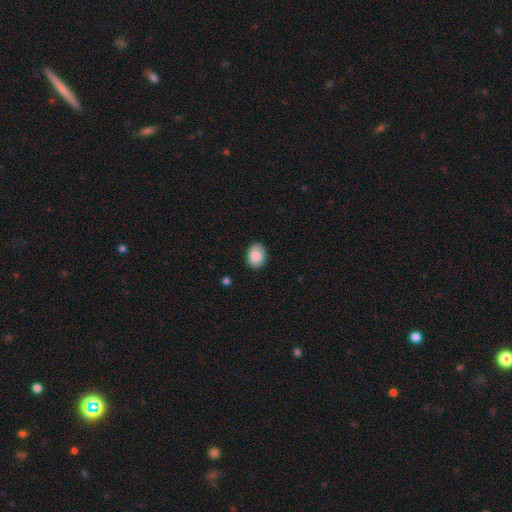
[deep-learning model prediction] A smooth galaxy with no disk features (89%) that is in between round and cigar-shaped (69%).

Vote fractions:
- Smooth or featured? smooth: 89% / star or artifact: 7% / featured or disk: 4%
- How rounded? in between: 69% / round: 30% / cigar-shaped: 1%
- Merging? none: 87% / minor disturbance: 10% / major disturbance: 2% / merger: 1%